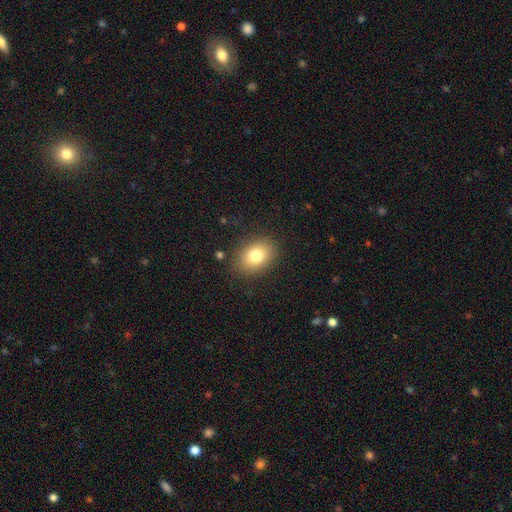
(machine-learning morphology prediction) This is likely a smooth galaxy (79%). How rounded: likely in between (68%). Merging: clearly none (86%).